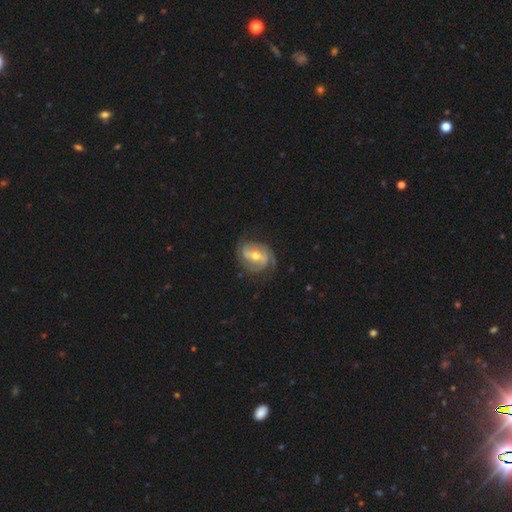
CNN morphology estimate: type=featured or disk (83%); edge-on=no (97%); bar=weak (42%); spiral arms=yes (93%); winding=tight (49%); arm count=2 (50%); bulge=moderate (76%); merging=none (68%).